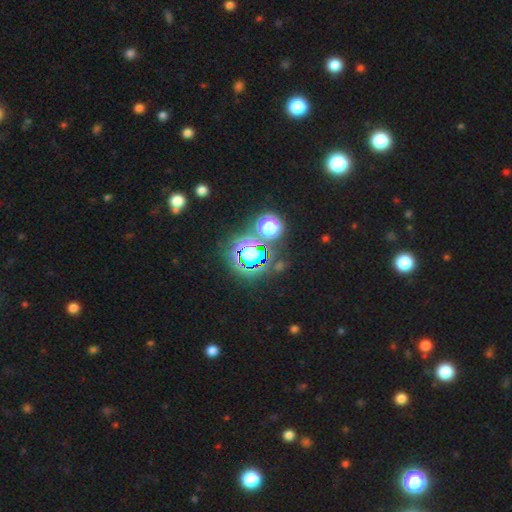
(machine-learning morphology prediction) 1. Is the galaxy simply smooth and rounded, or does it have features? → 77% star or artifact, 16% smooth, 8% featured or disk.